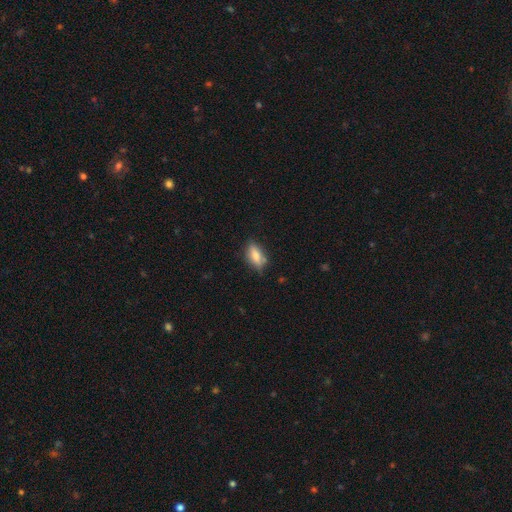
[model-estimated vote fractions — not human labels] Smooth or featured?
  - smooth: 69% *
  - featured or disk: 23%
  - star or artifact: 8%
How rounded?
  - in between: 78% *
  - cigar-shaped: 18%
  - round: 4%
Merging?
  - none: 70% *
  - minor disturbance: 22%
  - major disturbance: 5%
  - merger: 4%